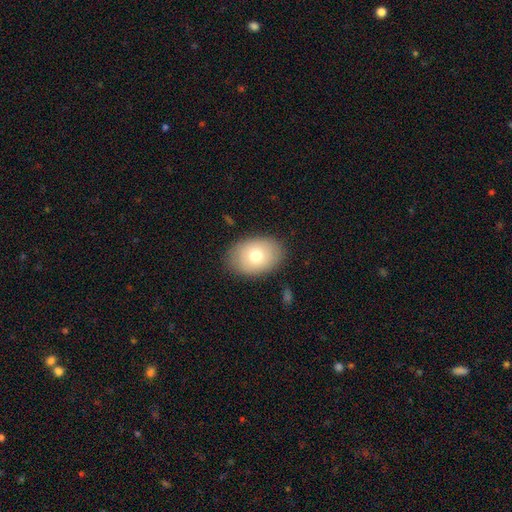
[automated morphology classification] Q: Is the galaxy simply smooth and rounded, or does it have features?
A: smooth — 73%.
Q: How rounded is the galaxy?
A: in between — 79%.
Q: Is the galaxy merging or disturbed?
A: none — 84%.